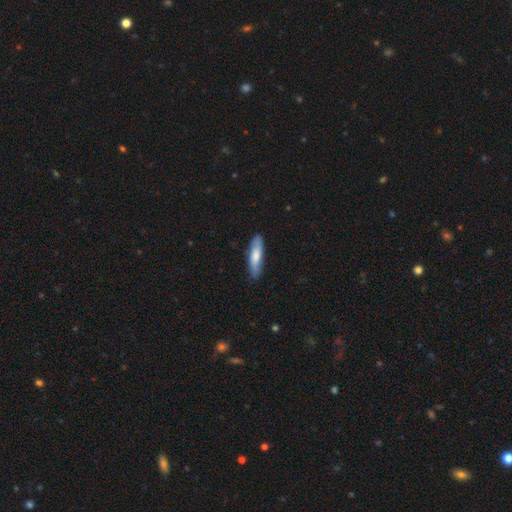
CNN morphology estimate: The model was most divided on "how rounded": cigar-shaped: 67%, in between: 32%, round: 2%. More confident: merging — none (82%); smooth or featured — smooth (71%).